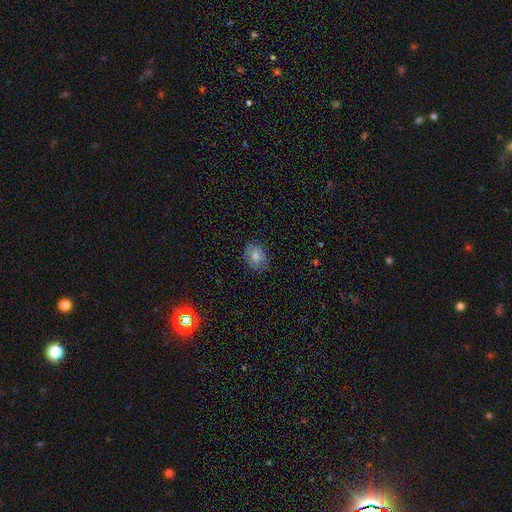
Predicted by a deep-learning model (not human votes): A smooth galaxy with no disk features (56%) that is round (52%).

Vote fractions:
- Smooth or featured? smooth: 56% / featured or disk: 25% / star or artifact: 19%
- How rounded? round: 52% / in between: 47% / cigar-shaped: 1%
- Merging? none: 83% / minor disturbance: 13% / major disturbance: 3% / merger: 1%